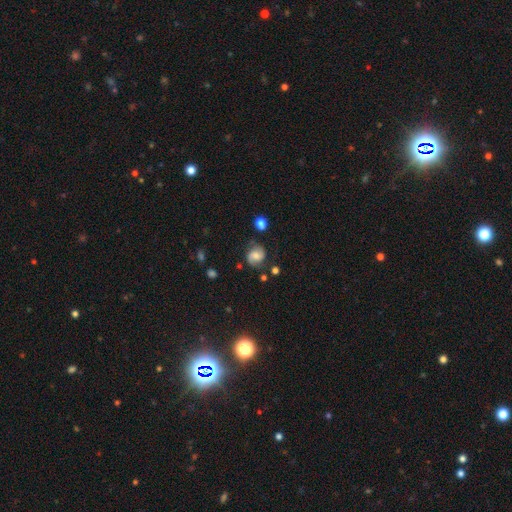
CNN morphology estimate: This is possibly a featured or disk galaxy (53%). It is clearly not viewed edge-on (97%). Bar: possibly no (56%). Spiral arm pattern: clearly yes (89%). Central bulge: possibly moderate (51%). Merging: likely none (74%).